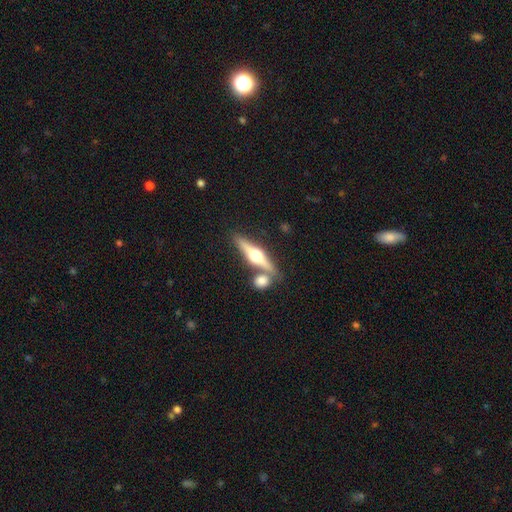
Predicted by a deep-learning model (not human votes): smooth-or-featured: featured or disk: 71% | smooth: 23% | star or artifact: 6%
  disk-edge-on: yes: 96% | no: 4%
    edge-on-bulge: rounded: 96% | boxy: 3% | none: 2%
  merging: none: 69% | merger: 20% | minor disturbance: 9% | major disturbance: 3%